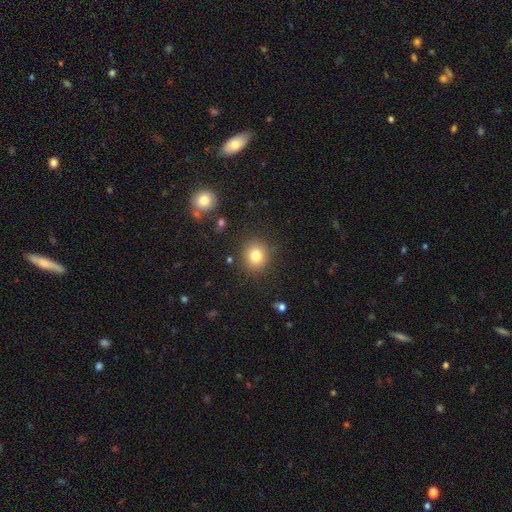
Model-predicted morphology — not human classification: A smooth galaxy with no disk features (80%) that is round (82%).

Vote fractions:
- Smooth or featured? smooth: 80% / star or artifact: 12% / featured or disk: 8%
- How rounded? round: 82% / in between: 17% / cigar-shaped: 1%
- Merging? none: 87% / minor disturbance: 8% / major disturbance: 3% / merger: 2%